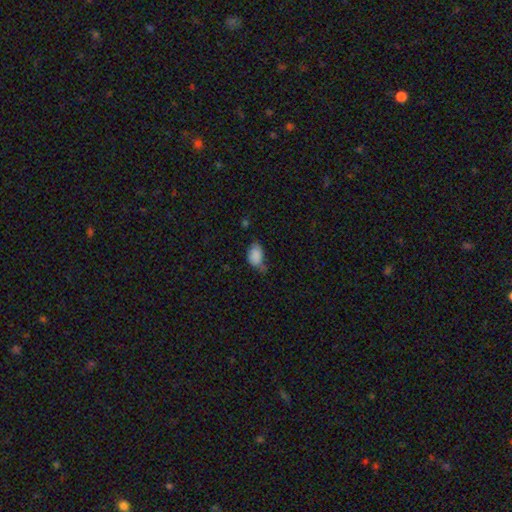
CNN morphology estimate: This is clearly a smooth galaxy (86%). How rounded: clearly in between (89%). Merging: marginally none (42%).